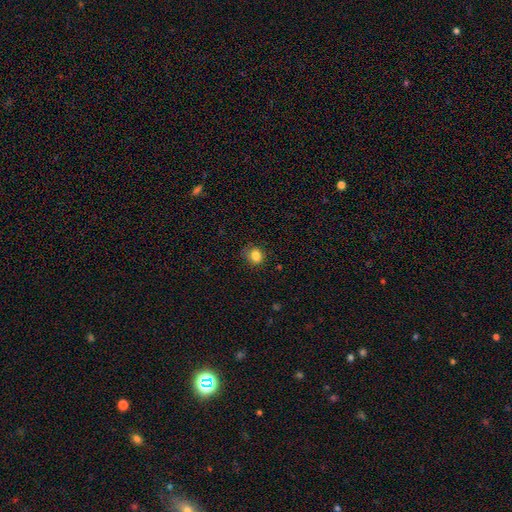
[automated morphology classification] A smooth galaxy with no disk features (83%) that is round (67%). Merging: none (74%).